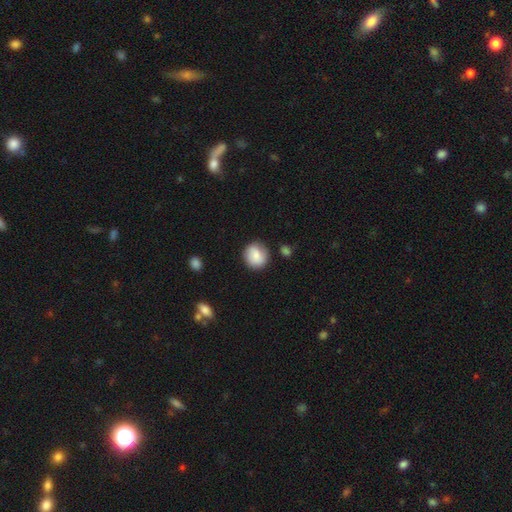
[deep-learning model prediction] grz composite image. It shows a smooth galaxy with no disk features (78%) that is round (86%). Merging: none (81%).